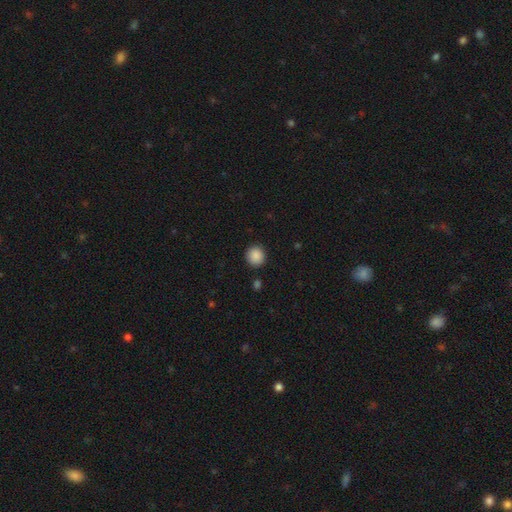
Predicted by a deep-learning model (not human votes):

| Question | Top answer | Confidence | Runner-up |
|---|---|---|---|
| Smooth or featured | smooth | 89% | star or artifact (8%) |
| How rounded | round | 90% | in between (9%) |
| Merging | none | 90% | minor disturbance (6%) |